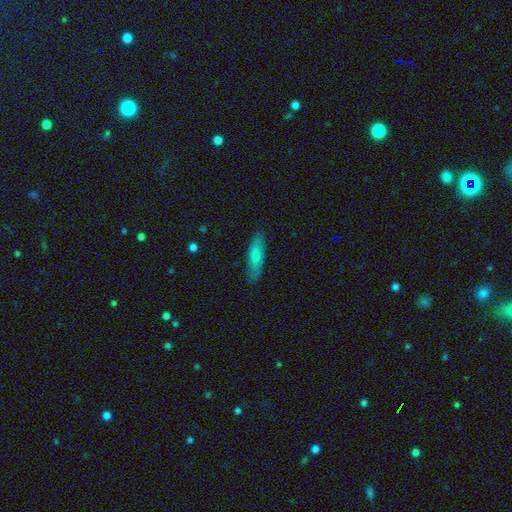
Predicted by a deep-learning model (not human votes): smooth-or-featured: smooth: 62% | featured or disk: 31% | star or artifact: 7%
  how-rounded: cigar-shaped: 53% | in between: 45% | round: 2%
  merging: none: 85% | minor disturbance: 12% | major disturbance: 2% | merger: 1%